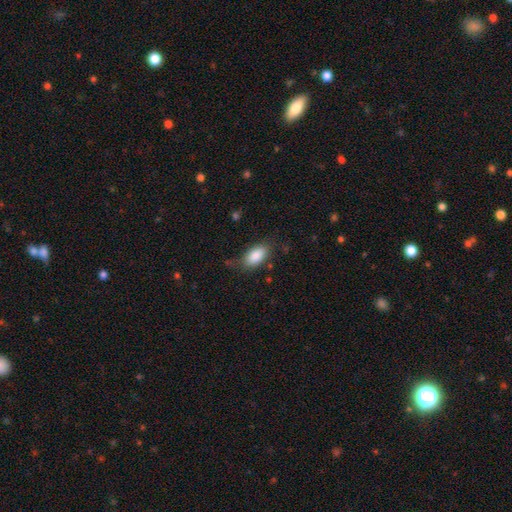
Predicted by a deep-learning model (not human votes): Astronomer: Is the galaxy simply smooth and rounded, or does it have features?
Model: smooth — 87%.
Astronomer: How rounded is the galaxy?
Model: in between — 92%.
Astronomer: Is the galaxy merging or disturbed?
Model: none — 71%.